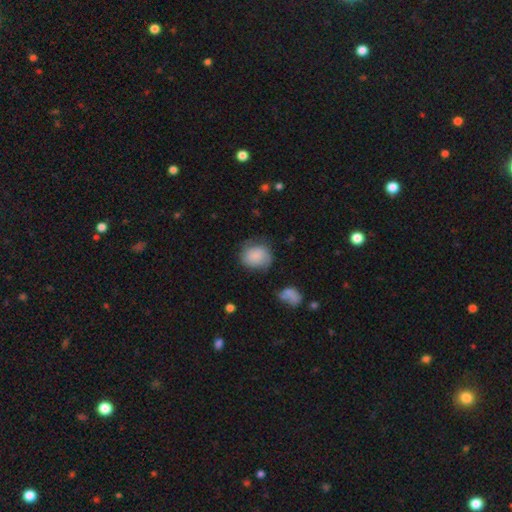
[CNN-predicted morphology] Smooth or featured? smooth (77%)
How rounded? round (64%)
Merging? none (62%)